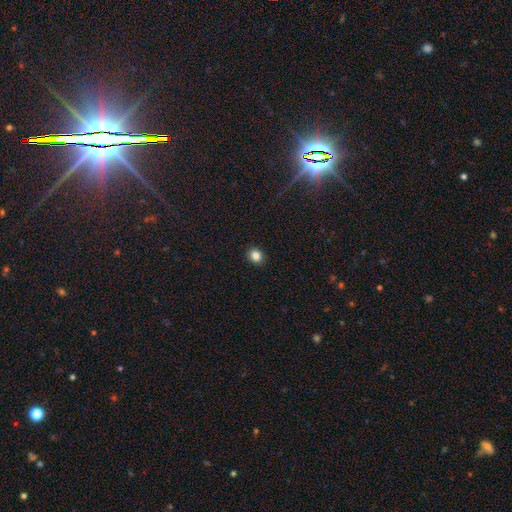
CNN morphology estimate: Overall: smooth (84%). How rounded: round (64%; in between 35%). Merging: none (91%).